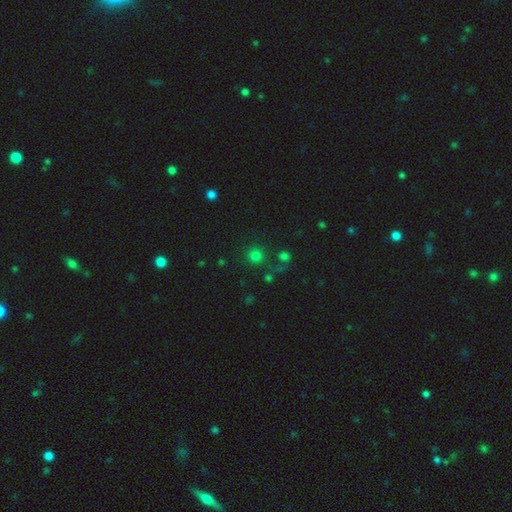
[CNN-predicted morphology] Overall: smooth (76%). How rounded: round (94%). Merging: none (76%).